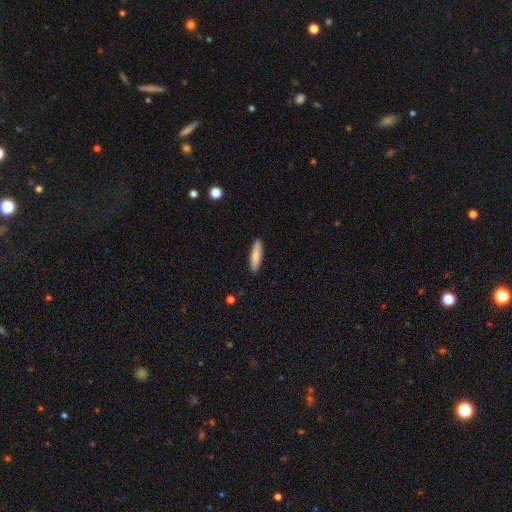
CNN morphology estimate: Smooth or featured?
  - smooth: 84% *
  - featured or disk: 11%
  - star or artifact: 6%
How rounded?
  - cigar-shaped: 77% *
  - in between: 22%
  - round: 1%
Merging?
  - none: 90% *
  - minor disturbance: 7%
  - major disturbance: 2%
  - merger: 1%